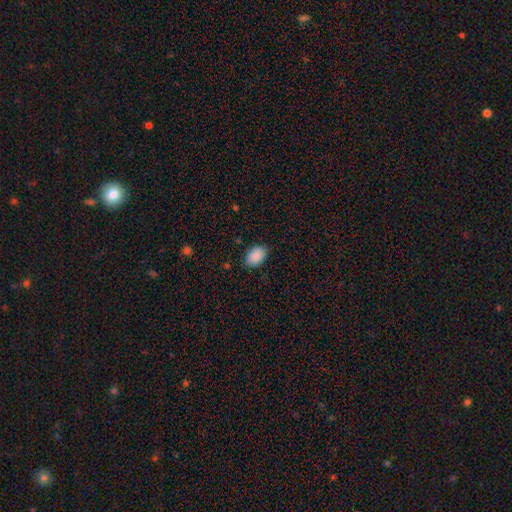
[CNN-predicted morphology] smooth 90%, star or artifact 7%, featured or disk 3%. Down the decision tree: how rounded — in between (84%); merging — none (83%).